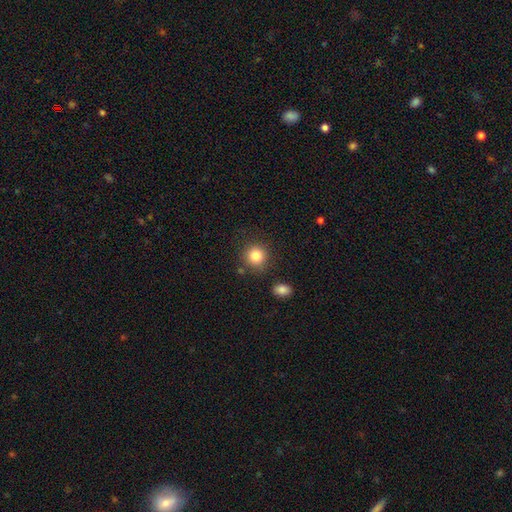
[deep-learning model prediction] Overall: smooth (85%). How rounded: round (90%). Merging: none (81%).